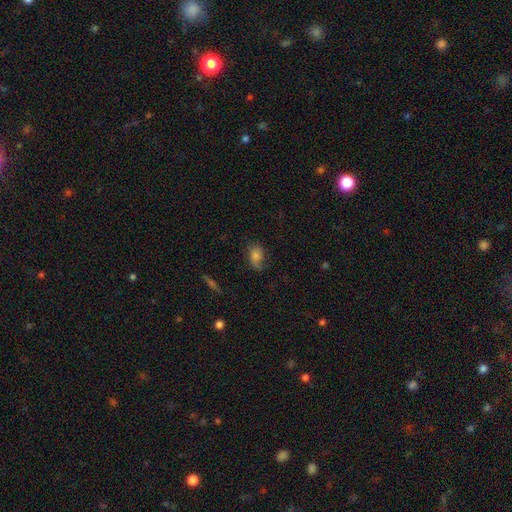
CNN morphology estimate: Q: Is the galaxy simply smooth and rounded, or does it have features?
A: smooth — 62%.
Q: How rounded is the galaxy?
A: in between — 74%.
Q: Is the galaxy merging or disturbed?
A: none — 56%.